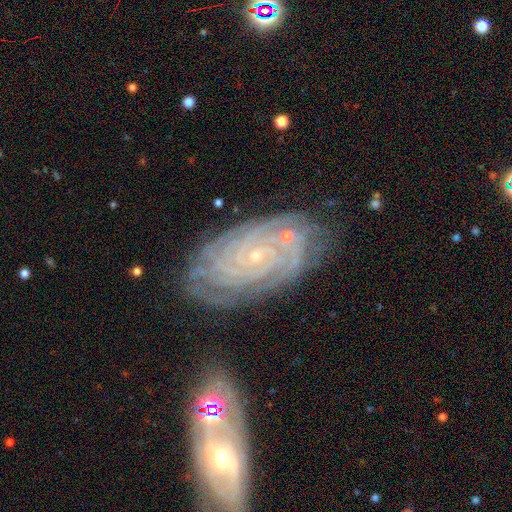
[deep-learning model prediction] A featured or disk galaxy (85%) with no bar (77%), tight (83%) spiral arms (97%) and a small central bulge (86%). Merging: none (72%).